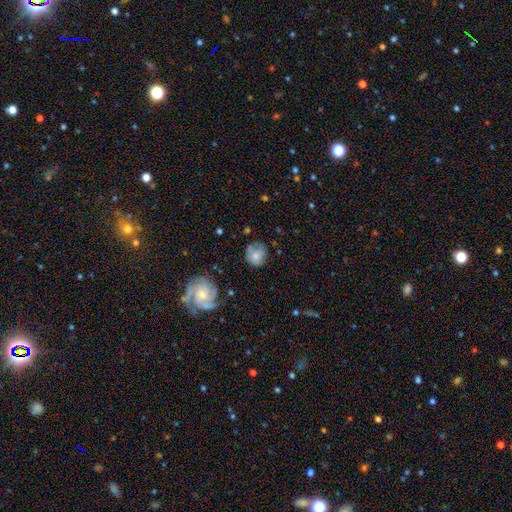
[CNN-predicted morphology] The model was most divided on "merging": none: 64%, minor disturbance: 25%, major disturbance: 9%, merger: 3%. More confident: how rounded — round (78%); smooth or featured — smooth (66%).